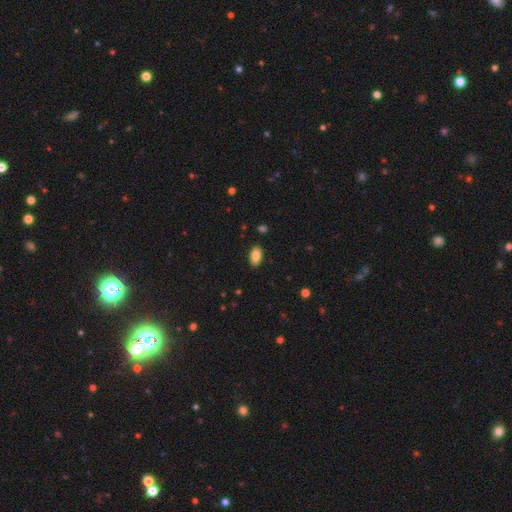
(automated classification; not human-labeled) Smooth or featured? Predicted: smooth (p=0.86). How rounded? Predicted: in between (p=0.93). Merging? Predicted: none (p=0.88).